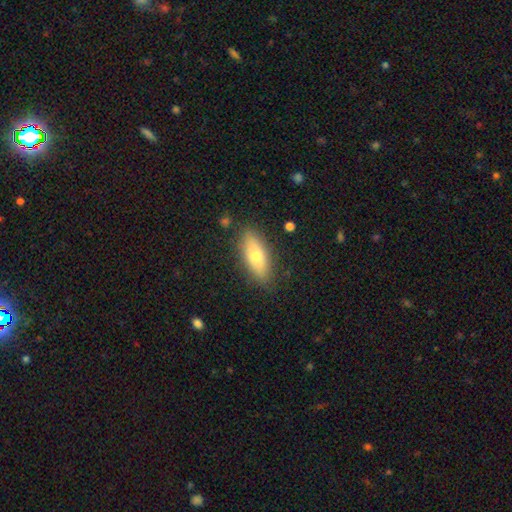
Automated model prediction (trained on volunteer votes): The model was most divided on "how rounded": in between: 71%, cigar-shaped: 26%, round: 3%. More confident: merging — none (85%); smooth or featured — smooth (69%).